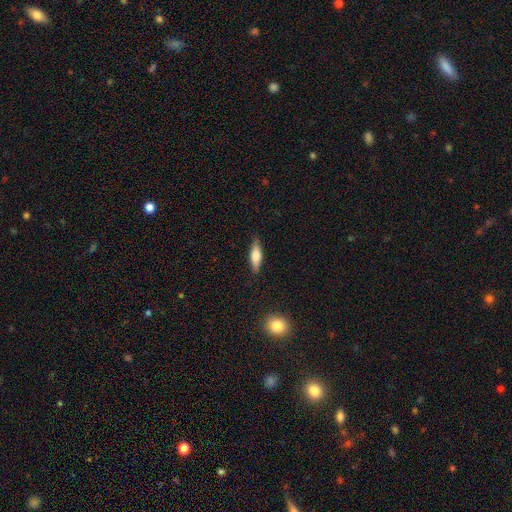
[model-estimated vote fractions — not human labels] This appears to be a smooth galaxy with no disk features (67%) that is cigar-shaped (55%). Merging: none (84%).